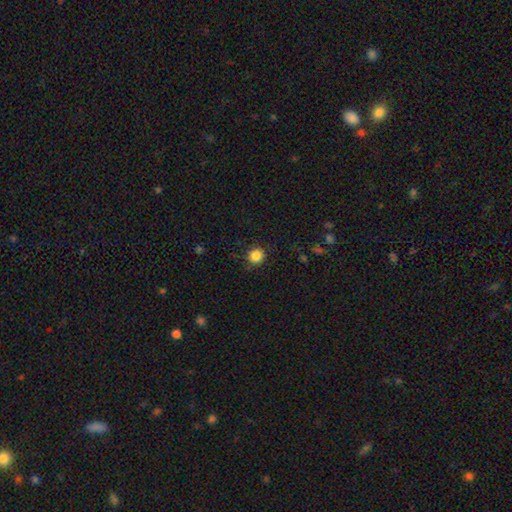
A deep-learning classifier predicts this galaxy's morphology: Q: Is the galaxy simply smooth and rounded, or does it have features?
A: smooth — 86%.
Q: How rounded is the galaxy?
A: round — 89%.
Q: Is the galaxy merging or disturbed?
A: none — 85%.